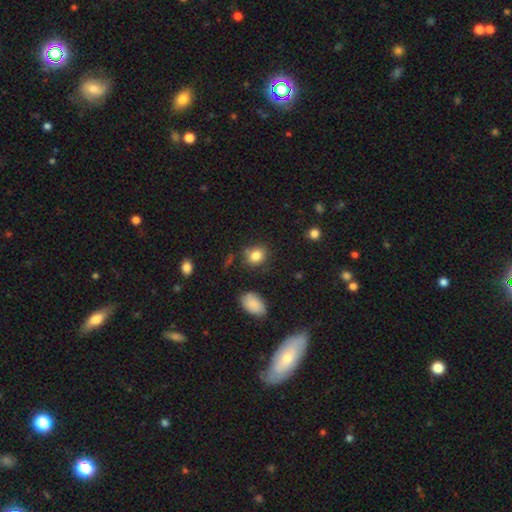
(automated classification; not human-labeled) smooth-or-featured: smooth: 83% | star or artifact: 11% | featured or disk: 6%
  how-rounded: round: 56% | in between: 43% | cigar-shaped: 1%
  merging: none: 75% | minor disturbance: 15% | merger: 6% | major disturbance: 4%